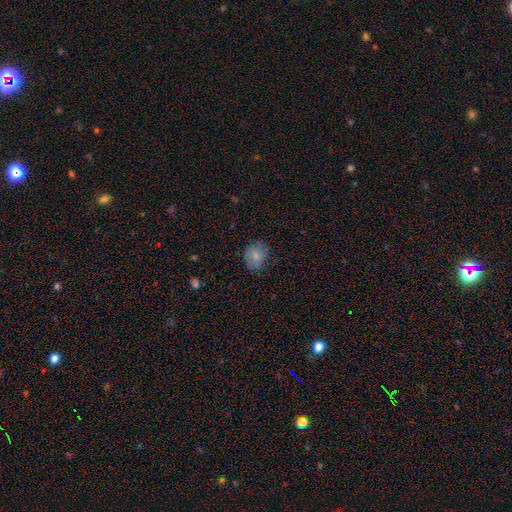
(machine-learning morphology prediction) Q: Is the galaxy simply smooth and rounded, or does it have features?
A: smooth — 77%.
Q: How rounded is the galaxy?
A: round — 57%.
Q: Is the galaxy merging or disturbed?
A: none — 73%.